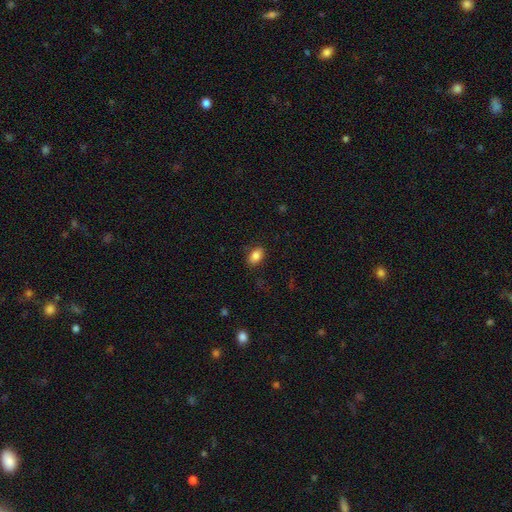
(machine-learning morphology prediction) The model was most divided on "merging": none: 83%, minor disturbance: 12%, major disturbance: 3%, merger: 1%. More confident: how rounded — in between (85%); smooth or featured — smooth (85%).